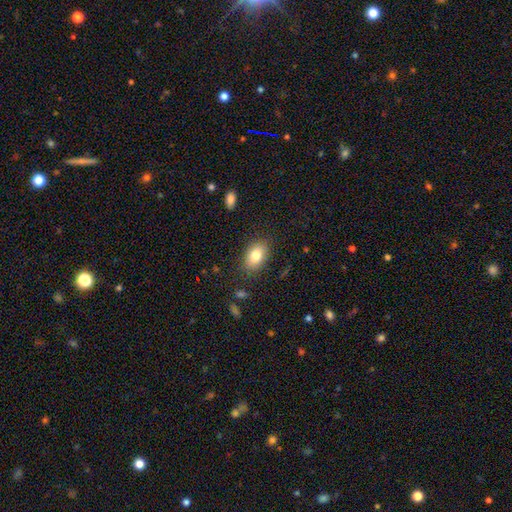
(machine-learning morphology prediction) Smooth or featured? Predicted: smooth (p=0.81). How rounded? Predicted: in between (p=0.87). Merging? Predicted: none (p=0.84).